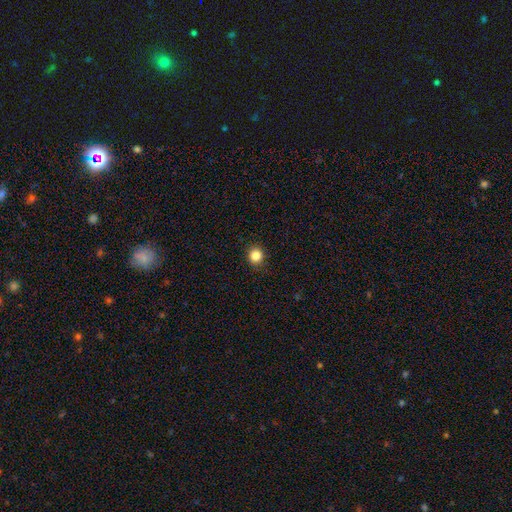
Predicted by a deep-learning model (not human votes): smooth 85%, star or artifact 11%, featured or disk 4%. Down the decision tree: how rounded — round (90%); merging — none (91%).